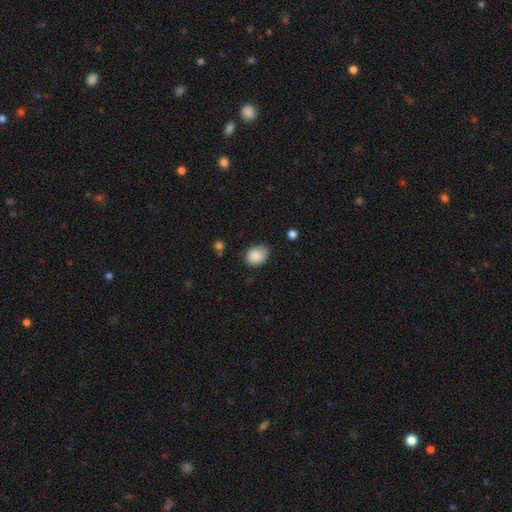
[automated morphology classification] This appears to be a smooth galaxy with no disk features (87%) that is in between round and cigar-shaped (59%). Merging: none (72%).